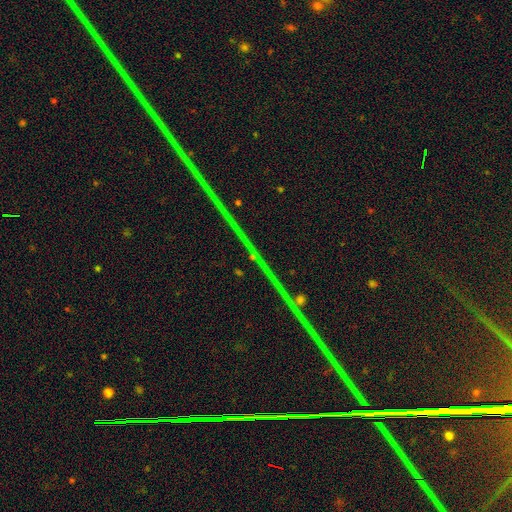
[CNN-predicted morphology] This appears to be a star or artifact, not a galaxy (89%).